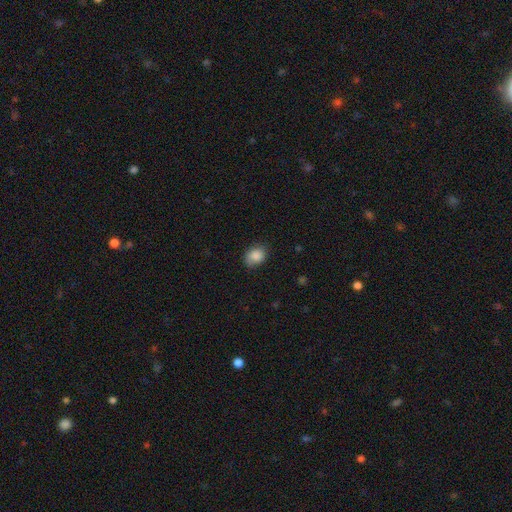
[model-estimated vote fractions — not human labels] Morphology: type=smooth (86%); roundness=in between (53%); merging=none (71%).